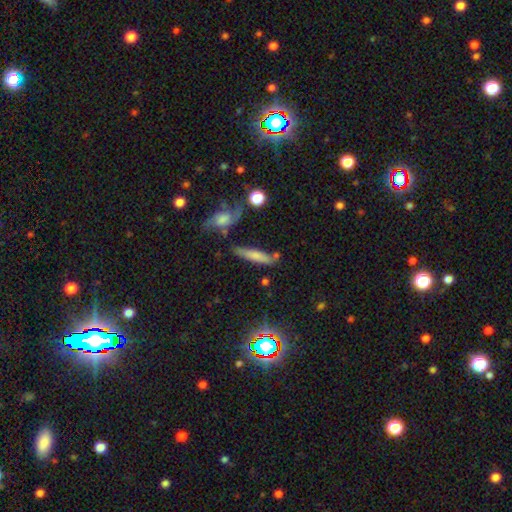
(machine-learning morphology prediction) smooth 69%, featured or disk 23%, star or artifact 8%. Down the decision tree: how rounded — cigar-shaped (81%); merging — none (68%).